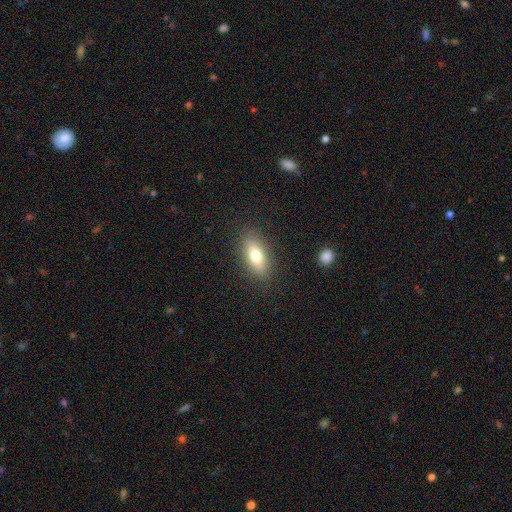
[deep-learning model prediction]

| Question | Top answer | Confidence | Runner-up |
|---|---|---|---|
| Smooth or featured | smooth | 74% | featured or disk (18%) |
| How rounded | in between | 78% | cigar-shaped (18%) |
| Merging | none | 86% | minor disturbance (10%) |